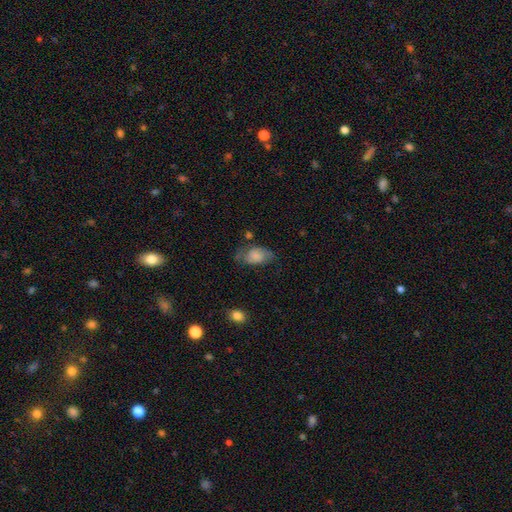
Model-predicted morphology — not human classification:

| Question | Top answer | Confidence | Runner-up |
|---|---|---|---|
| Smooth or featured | smooth | 72% | featured or disk (20%) |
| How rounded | in between | 86% | round (12%) |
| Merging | none | 49% | minor disturbance (30%) |